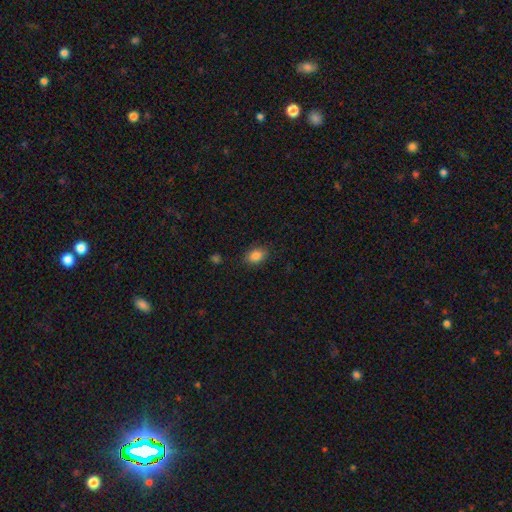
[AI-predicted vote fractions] Overall: smooth (85%). How rounded: in between (79%). Merging: none (85%).